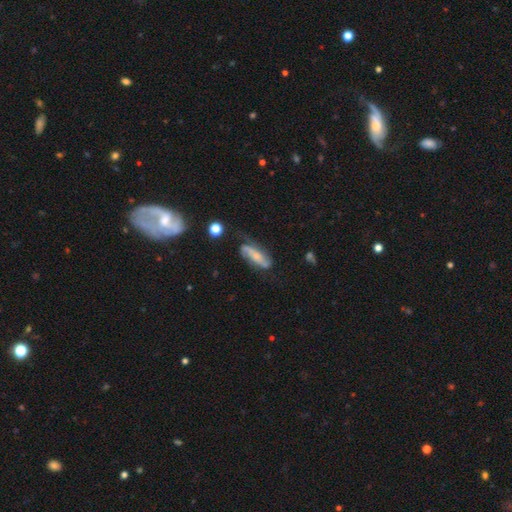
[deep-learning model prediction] smooth_or_featured: featured or disk (p=0.64) [alt: smooth p=0.29]
disk_edge_on: no (p=0.82) [alt: yes p=0.18]
bar: no (p=0.48) [alt: weak p=0.27]
has_spiral_arms: yes (p=0.89) [alt: no p=0.11]
bulge_size: small (p=0.61) [alt: moderate p=0.29]
merging: none (p=0.57) [alt: minor disturbance p=0.27]